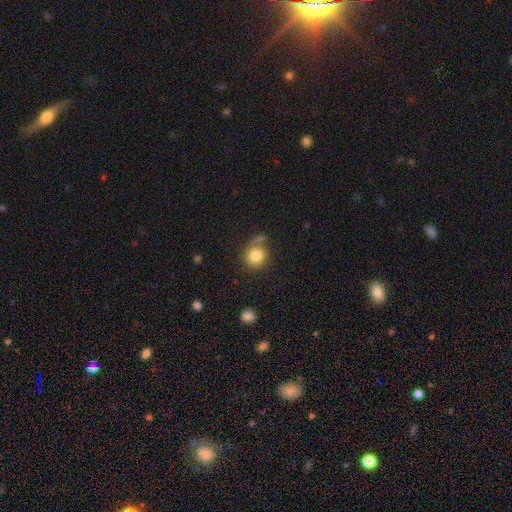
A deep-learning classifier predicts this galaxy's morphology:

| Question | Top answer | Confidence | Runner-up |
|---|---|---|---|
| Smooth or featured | smooth | 83% | star or artifact (9%) |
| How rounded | round | 88% | in between (11%) |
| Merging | none | 63% | merger (16%) |